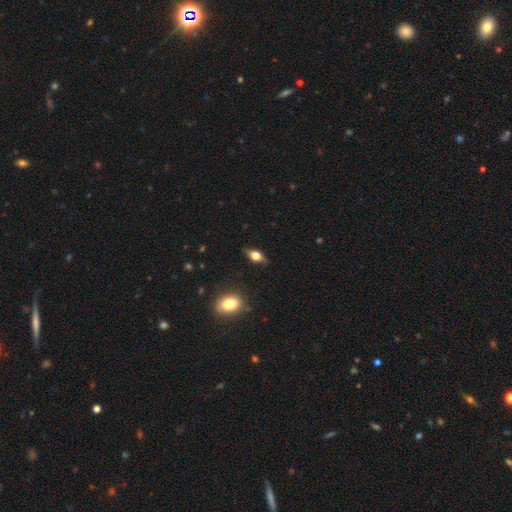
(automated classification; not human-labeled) Morphology: type=smooth (51%); roundness=in between (73%); merging=none (84%).